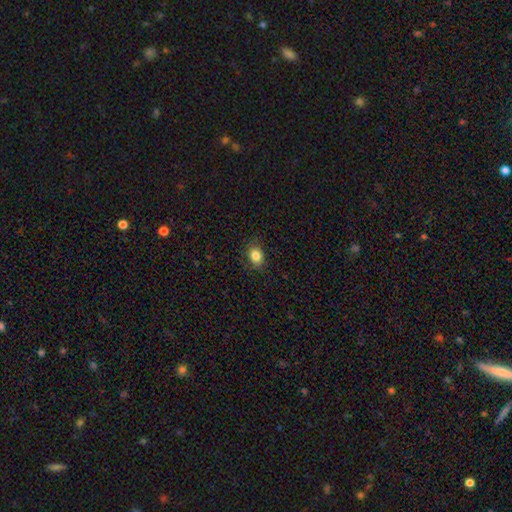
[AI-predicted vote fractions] A smooth galaxy with no disk features (84%) that is in between round and cigar-shaped (56%). Merging: none (83%).